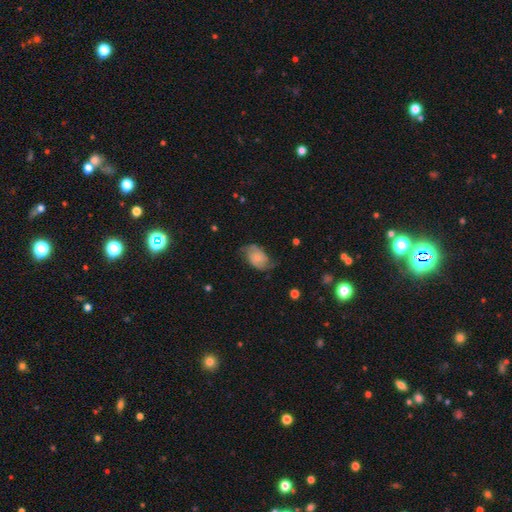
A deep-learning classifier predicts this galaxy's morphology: A featured or disk galaxy (56%) with no bar (72%), spiral arms (87%) and a small central bulge (60%). Merging: none (59%).